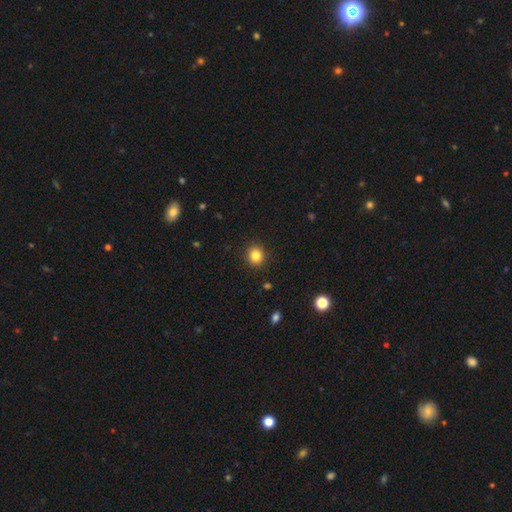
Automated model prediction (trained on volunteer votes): smooth_or_featured: smooth (p=0.83) [alt: star or artifact p=0.12]
how_rounded: round (p=0.85) [alt: in between p=0.14]
merging: none (p=0.91) [alt: minor disturbance p=0.06]